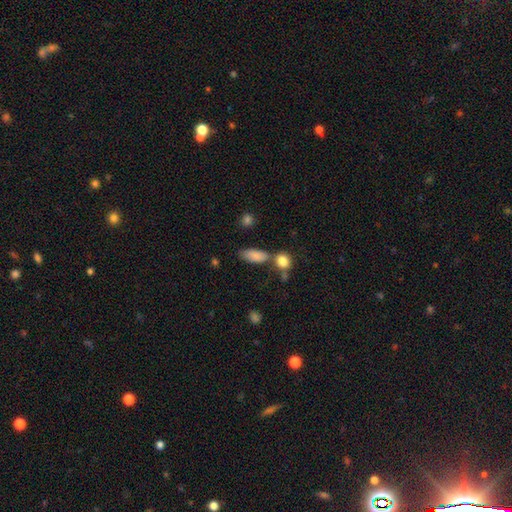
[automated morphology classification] A smooth galaxy with no disk features (85%) that is in between round and cigar-shaped (80%). Merging: none (57%).